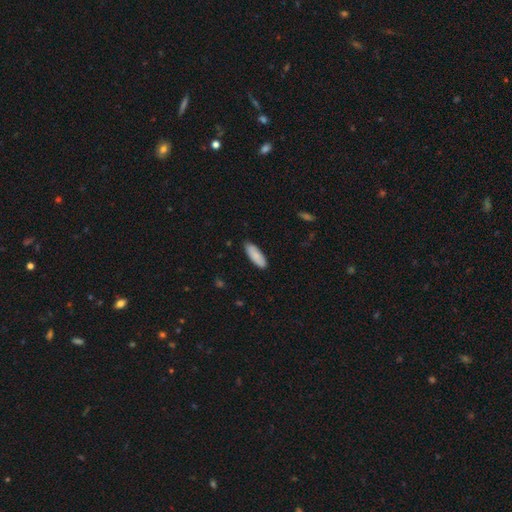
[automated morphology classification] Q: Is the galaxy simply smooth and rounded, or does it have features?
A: smooth — 86%.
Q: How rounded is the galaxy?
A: in between — 65%.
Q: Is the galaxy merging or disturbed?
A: none — 86%.